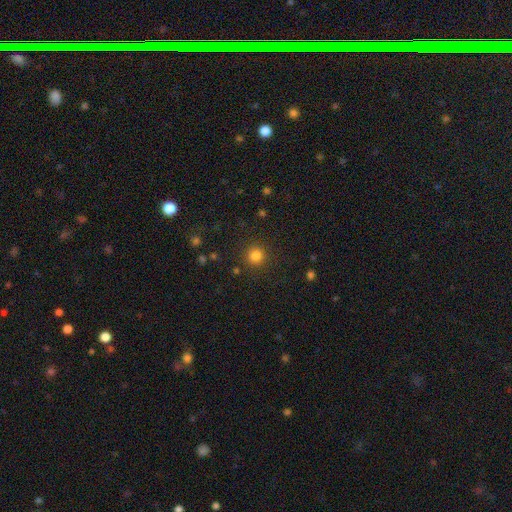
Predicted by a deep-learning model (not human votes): smooth-or-featured: smooth: 82% | star or artifact: 14% | featured or disk: 5%
  how-rounded: round: 94% | in between: 5% | cigar-shaped: 1%
  merging: none: 90% | minor disturbance: 6% | major disturbance: 3% | merger: 2%